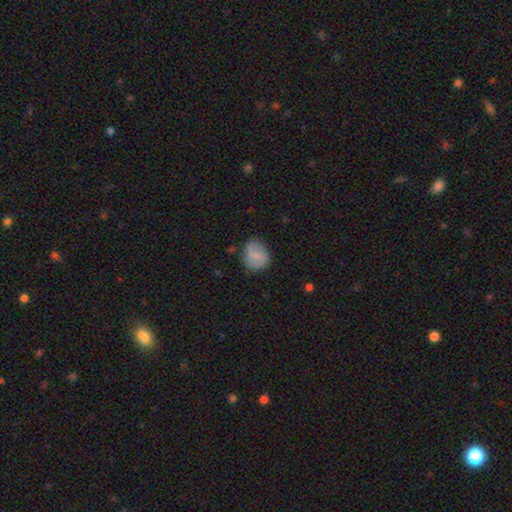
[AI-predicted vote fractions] The model was most divided on "how rounded": round: 64%, in between: 35%, cigar-shaped: 1%. More confident: merging — none (67%); smooth or featured — smooth (66%).